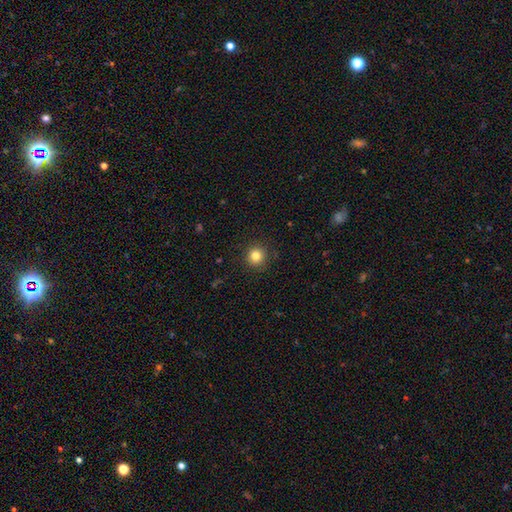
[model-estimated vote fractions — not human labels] smooth-or-featured: smooth: 83% | star or artifact: 12% | featured or disk: 6%
  how-rounded: round: 94% | in between: 5% | cigar-shaped: 1%
  merging: none: 91% | minor disturbance: 6% | major disturbance: 2% | merger: 1%